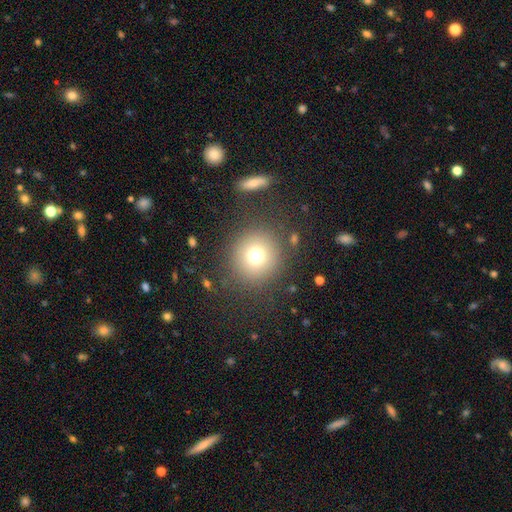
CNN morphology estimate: The model was most divided on "smooth or featured": smooth: 72%, star or artifact: 16%, featured or disk: 11%. More confident: how rounded — round (92%); merging — none (85%).